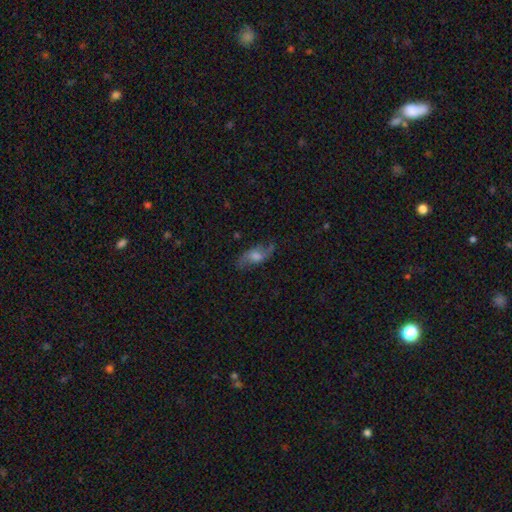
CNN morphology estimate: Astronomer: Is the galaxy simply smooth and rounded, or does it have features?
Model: featured or disk — 66%.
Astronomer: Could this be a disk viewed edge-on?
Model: no — 84%.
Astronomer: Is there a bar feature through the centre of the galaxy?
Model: no — 60%.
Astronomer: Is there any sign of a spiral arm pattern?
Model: yes — 89%.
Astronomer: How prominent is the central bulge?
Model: moderate — 51%.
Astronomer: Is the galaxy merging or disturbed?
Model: none — 75%.